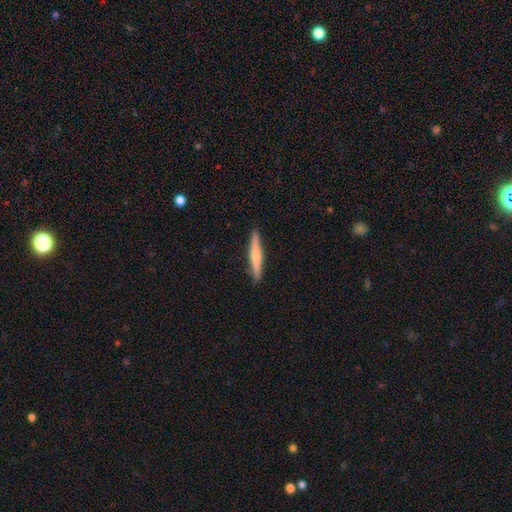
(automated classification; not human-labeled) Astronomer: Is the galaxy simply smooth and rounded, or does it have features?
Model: smooth — 55% (runner-up: featured or disk, 39%).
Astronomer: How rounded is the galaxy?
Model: cigar-shaped — 94%.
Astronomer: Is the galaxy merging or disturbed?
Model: none — 91%.